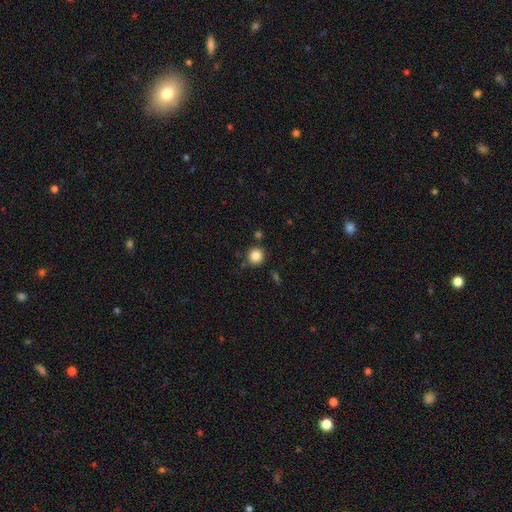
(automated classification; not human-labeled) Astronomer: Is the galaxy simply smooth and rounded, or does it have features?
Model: smooth — 85%.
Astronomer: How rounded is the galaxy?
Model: round — 93%.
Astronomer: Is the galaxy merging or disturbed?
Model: none — 84%.